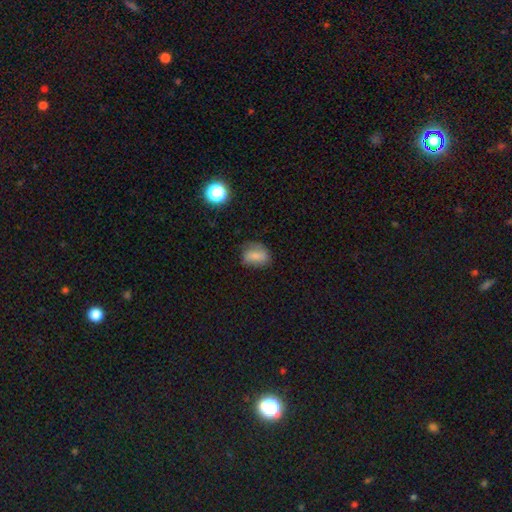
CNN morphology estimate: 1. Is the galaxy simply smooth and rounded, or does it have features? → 71% smooth, 18% featured or disk, 11% star or artifact.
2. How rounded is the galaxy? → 72% in between, 25% round, 2% cigar-shaped.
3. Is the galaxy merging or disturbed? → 57% none, 30% minor disturbance, 11% major disturbance, 2% merger.